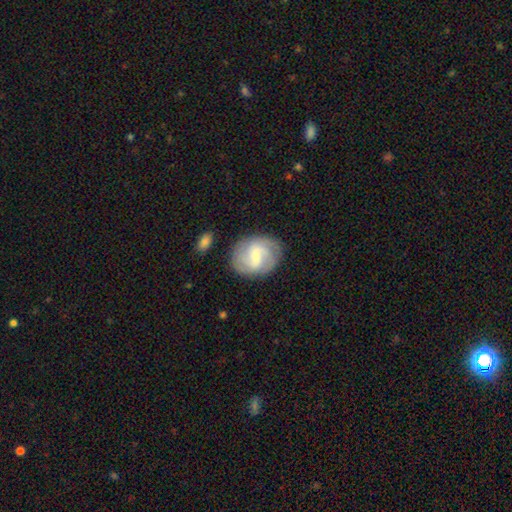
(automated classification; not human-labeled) Morphology: type=featured or disk (60%); edge-on=no (97%); bar=weak (57%); spiral arms=yes (85%); bulge=small (51%); merging=none (76%).